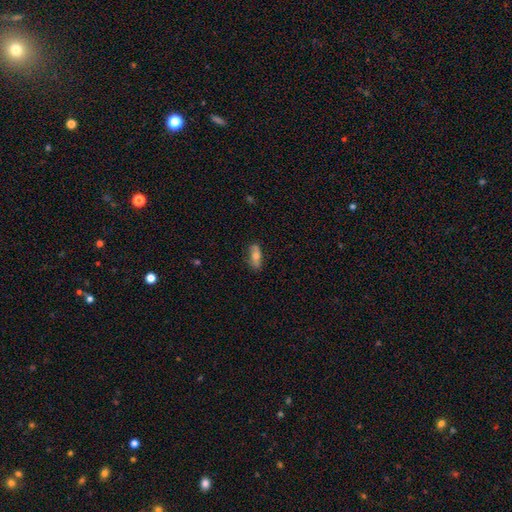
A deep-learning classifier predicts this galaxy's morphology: This appears to be a smooth galaxy with no disk features (64%) that is in between round and cigar-shaped (77%). Merging: none (76%).